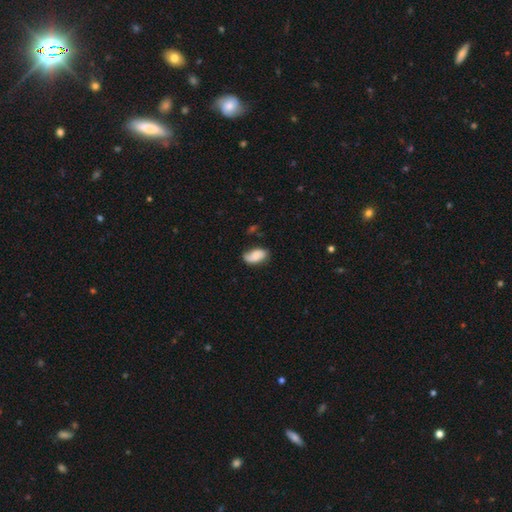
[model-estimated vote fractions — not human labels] smooth_or_featured: smooth (p=0.67) [alt: featured or disk p=0.25]
how_rounded: in between (p=0.93) [alt: round p=0.04]
merging: none (p=0.65) [alt: minor disturbance p=0.25]